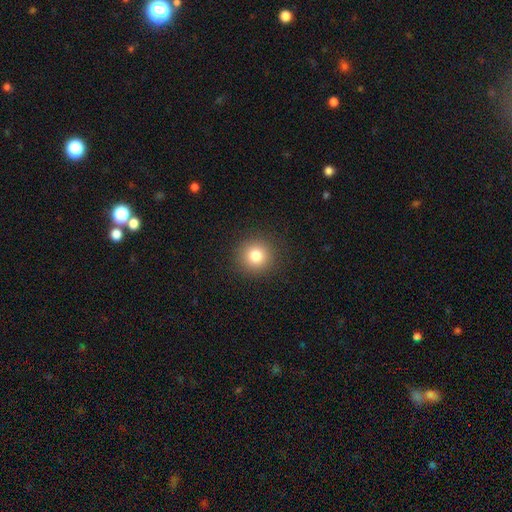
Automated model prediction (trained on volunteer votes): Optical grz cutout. It shows a smooth galaxy with no disk features (81%) that is round (94%). Merging: none (91%).